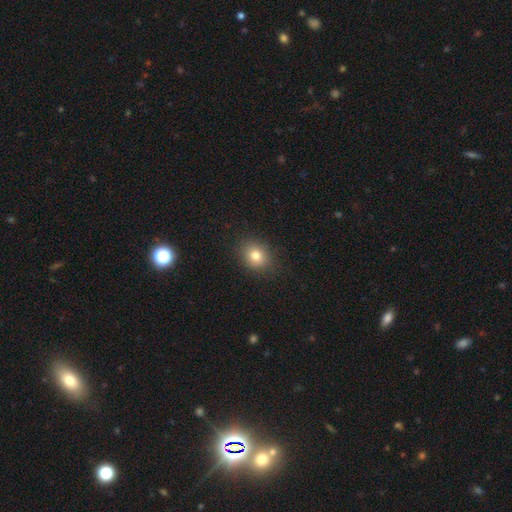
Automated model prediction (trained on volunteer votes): The model was most divided on "how rounded": round: 62%, in between: 38%, cigar-shaped: 1%. More confident: merging — none (87%); smooth or featured — smooth (79%).